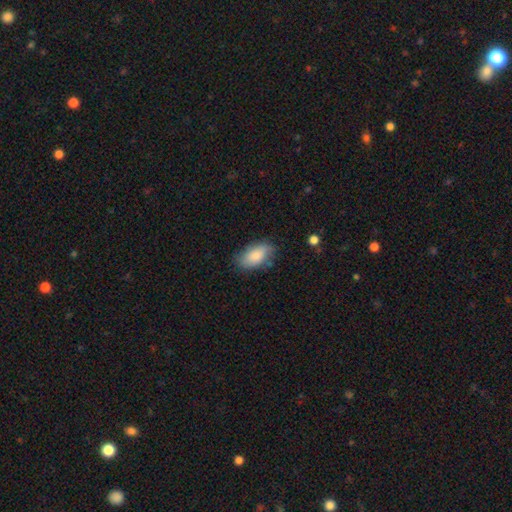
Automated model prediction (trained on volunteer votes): This appears to be a smooth galaxy with no disk features (81%) that is in between round and cigar-shaped (93%). Merging: none (74%).